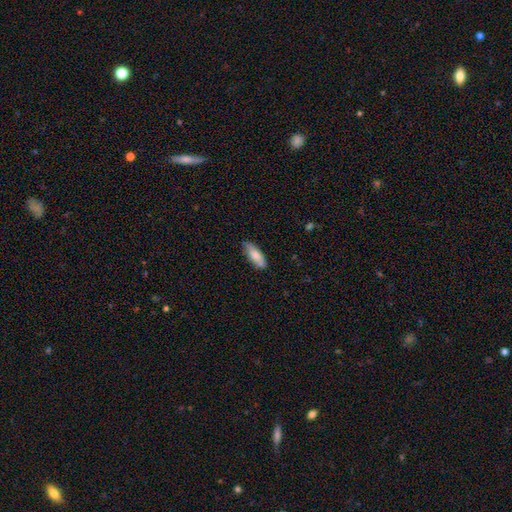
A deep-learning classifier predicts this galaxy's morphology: A smooth galaxy with no disk features (80%) that is in between round and cigar-shaped (67%). Merging: none (72%).